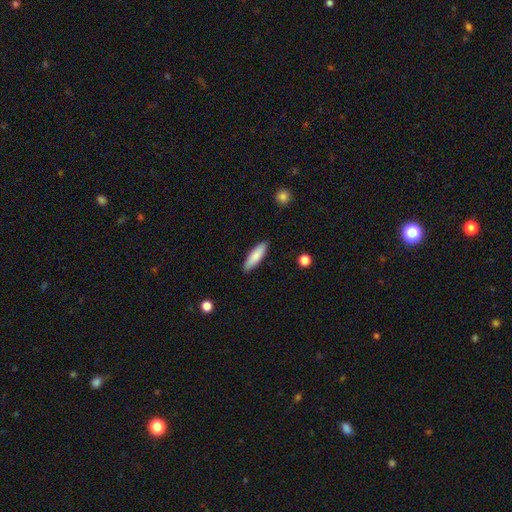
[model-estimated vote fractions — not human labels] This appears to be a smooth galaxy with no disk features (82%) that is cigar-shaped (60%). Merging: none (89%).